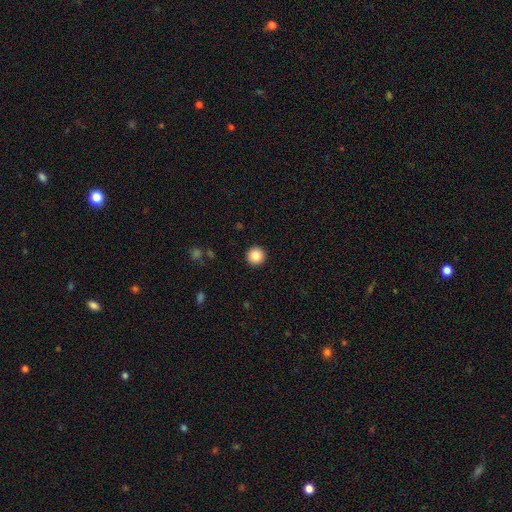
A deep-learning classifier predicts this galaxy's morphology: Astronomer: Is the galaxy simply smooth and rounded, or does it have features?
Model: smooth — 86%.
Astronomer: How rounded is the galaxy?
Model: round — 96%.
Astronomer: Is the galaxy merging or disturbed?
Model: none — 93%.